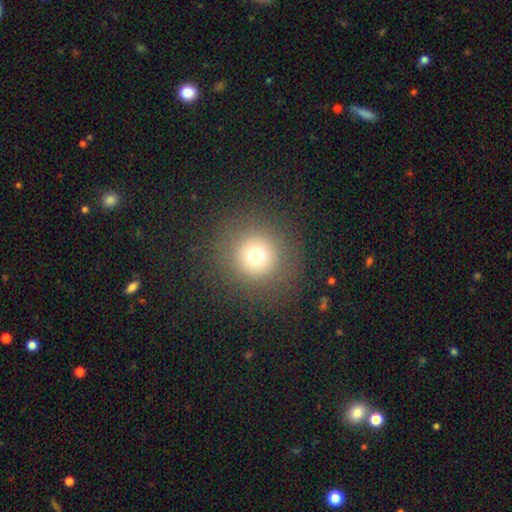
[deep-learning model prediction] Overall: smooth (70%). How rounded: round (95%). Merging: none (87%).